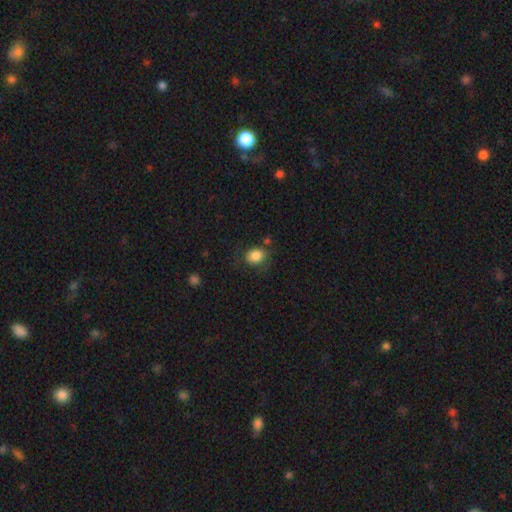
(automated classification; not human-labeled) Smooth or featured: smooth — 84% (star or artifact — 9%)
How rounded: round — 61% (in between — 38%)
Merging: none — 68% (minor disturbance — 20%)